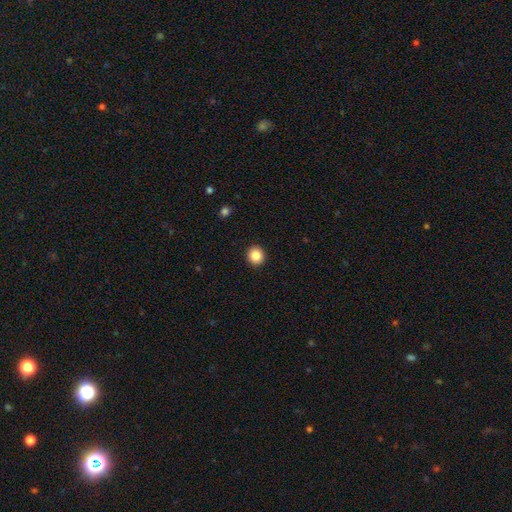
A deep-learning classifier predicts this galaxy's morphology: This appears to be a smooth galaxy with no disk features (85%) that is round (92%). Merging: none (93%).